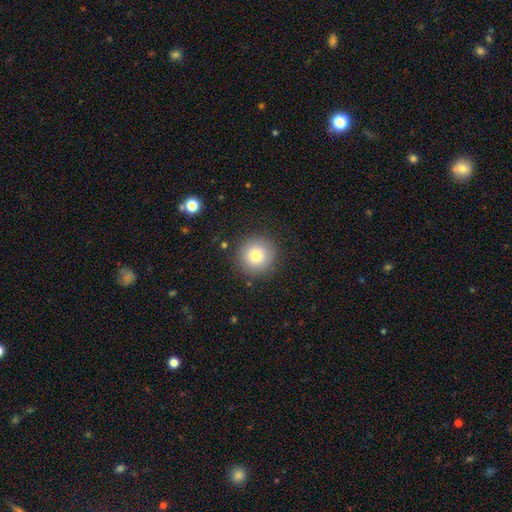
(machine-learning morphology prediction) Smooth or featured: smooth — 79% (star or artifact — 11%)
How rounded: round — 96% (in between — 3%)
Merging: none — 89% (minor disturbance — 7%)